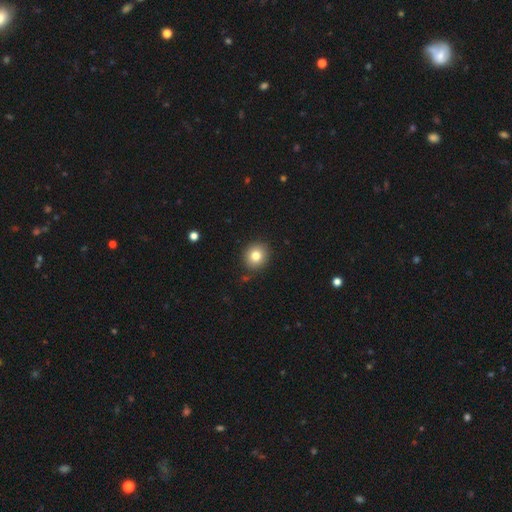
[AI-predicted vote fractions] Q: Smooth or featured?
A: smooth (80%); runner-up: star or artifact (11%)
Q: How rounded?
A: round (84%); runner-up: in between (15%)
Q: Merging?
A: none (88%); runner-up: minor disturbance (8%)